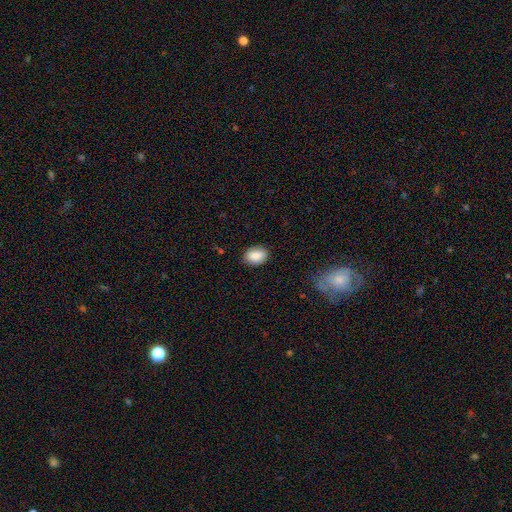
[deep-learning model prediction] A smooth galaxy with no disk features (87%) that is in between round and cigar-shaped (76%). Merging: none (88%).